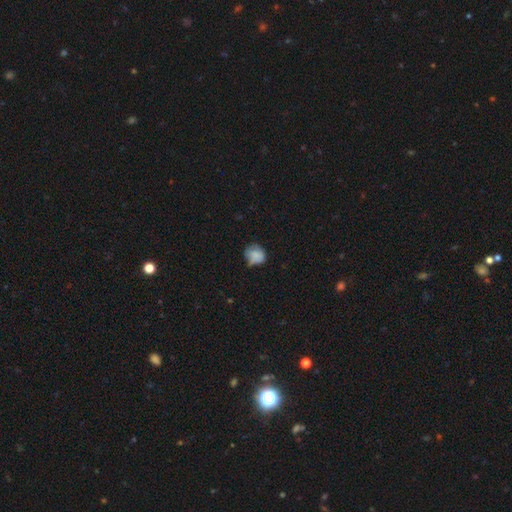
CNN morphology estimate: Smooth or featured: smooth — 77% (featured or disk — 13%)
How rounded: round — 68% (in between — 31%)
Merging: none — 49% (minor disturbance — 37%)